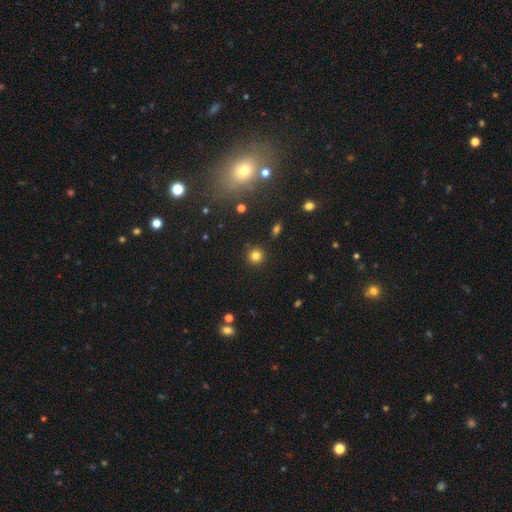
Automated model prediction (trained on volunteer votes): Smooth or featured? Predicted: smooth (p=0.79). How rounded? Predicted: round (p=0.94). Merging? Predicted: none (p=0.90).